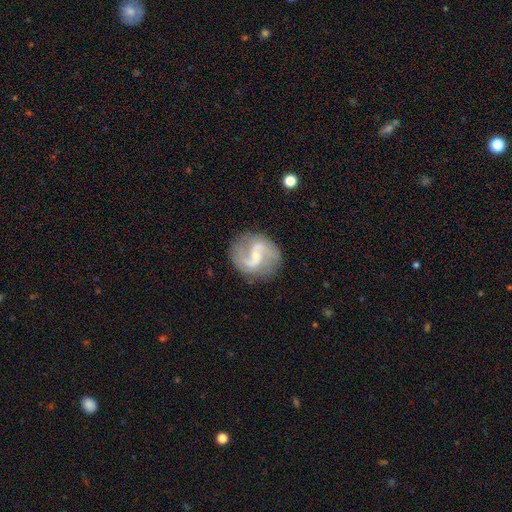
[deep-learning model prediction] smooth-or-featured: featured or disk: 87% | smooth: 8% | star or artifact: 5%
  disk-edge-on: no: 98% | yes: 2%
    bar: weak: 53% | no: 27% | strong: 20%
    has-spiral-arms: yes: 96% | no: 4%
      spiral-winding: medium: 47% | loose: 42% | tight: 11%
      spiral-arm-count: 2: 92% | can't tell: 2% | 1: 2% | 3: 1% | 4: 1% | more than 4: 1%
    bulge-size: small: 63% | moderate: 26% | none: 9% | large: 2% | dominant: 1%
  merging: none: 81% | minor disturbance: 13% | major disturbance: 5% | merger: 1%